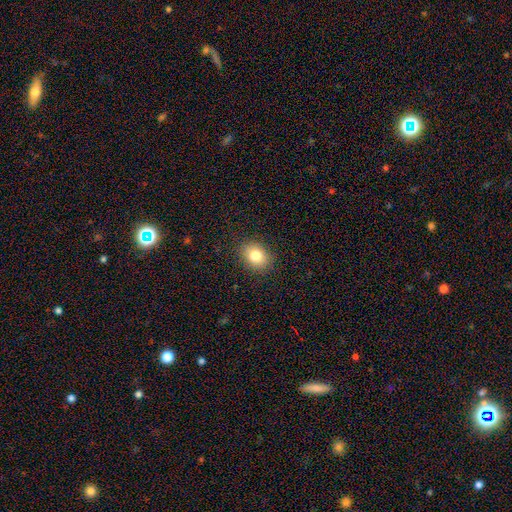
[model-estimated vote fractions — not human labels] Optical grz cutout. It shows a smooth galaxy with no disk features (81%) that is in between round and cigar-shaped (54%). Merging: none (88%).